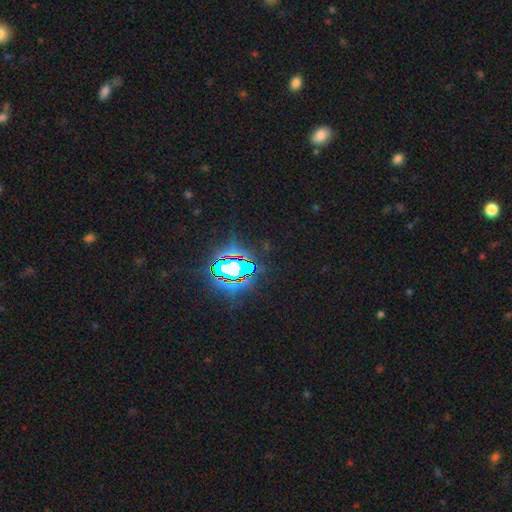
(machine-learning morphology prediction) The model was most divided on "smooth or featured": star or artifact: 84%, smooth: 10%, featured or disk: 7%.